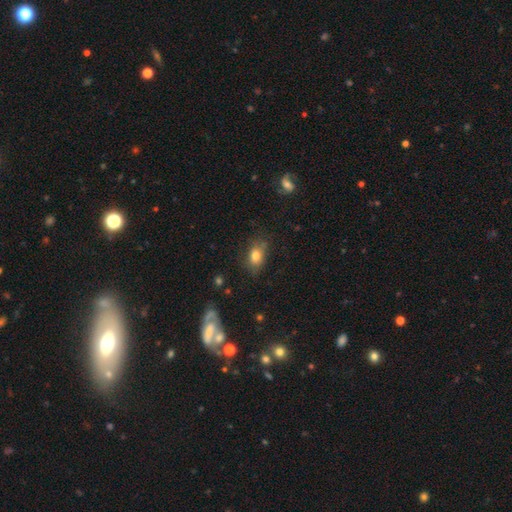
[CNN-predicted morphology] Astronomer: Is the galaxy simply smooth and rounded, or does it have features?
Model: smooth — 78%.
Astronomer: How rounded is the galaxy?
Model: in between — 80%.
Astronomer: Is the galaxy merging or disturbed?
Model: none — 71%.